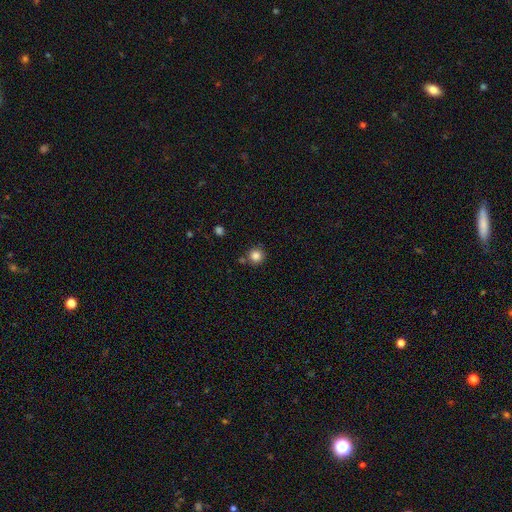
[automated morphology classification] Q: Smooth or featured?
A: smooth (84%); runner-up: star or artifact (11%)
Q: How rounded?
A: round (95%); runner-up: in between (4%)
Q: Merging?
A: none (81%); runner-up: minor disturbance (8%)